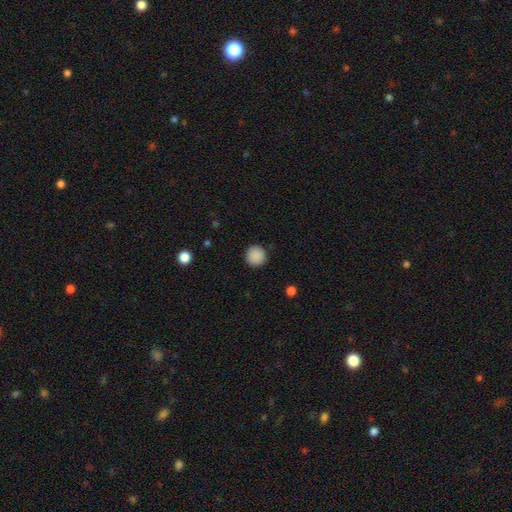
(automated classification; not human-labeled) A smooth galaxy with no disk features (89%) that is round (95%).

Vote fractions:
- Smooth or featured? smooth: 89% / star or artifact: 9% / featured or disk: 2%
- How rounded? round: 95% / in between: 4% / cigar-shaped: 1%
- Merging? none: 92% / minor disturbance: 5% / major disturbance: 2% / merger: 1%